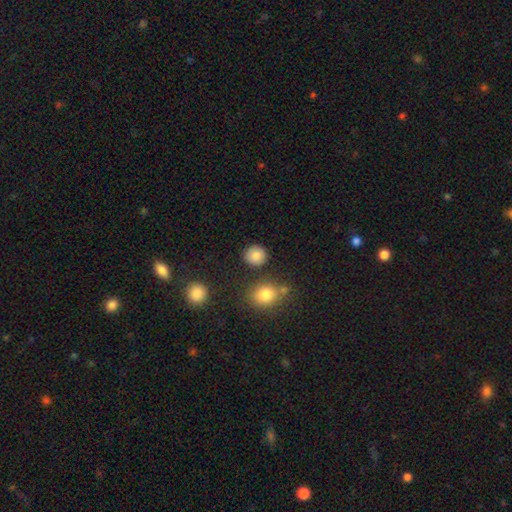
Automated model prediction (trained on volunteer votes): smooth-or-featured: smooth: 85% | star or artifact: 10% | featured or disk: 5%
  how-rounded: round: 85% | in between: 14% | cigar-shaped: 1%
  merging: none: 84% | minor disturbance: 9% | merger: 4% | major disturbance: 3%